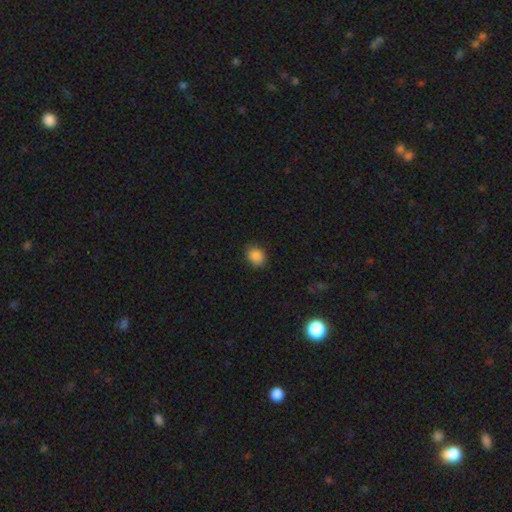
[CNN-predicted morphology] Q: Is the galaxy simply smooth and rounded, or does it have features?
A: smooth — 87%.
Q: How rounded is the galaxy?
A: in between — 55%.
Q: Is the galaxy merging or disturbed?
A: none — 86%.